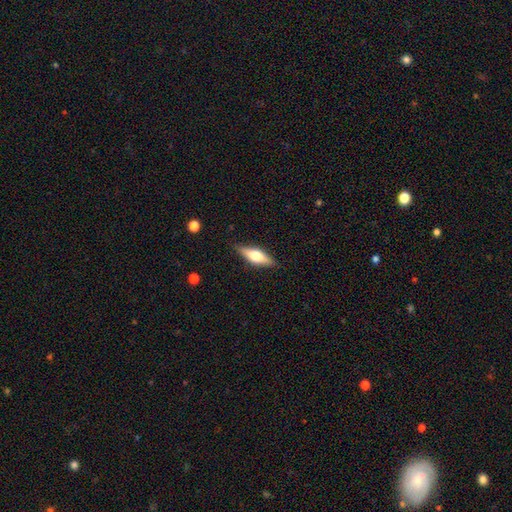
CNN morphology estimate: type=featured or disk (47%, tied with smooth); merging=none (86%).